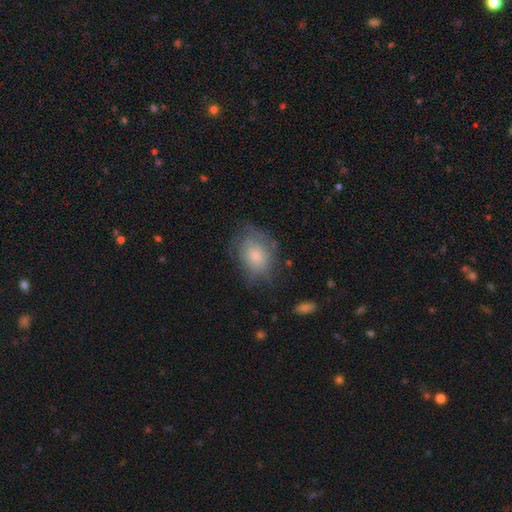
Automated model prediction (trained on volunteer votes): A smooth galaxy with no disk features (60%) that is in between round and cigar-shaped (68%). Merging: none (57%).